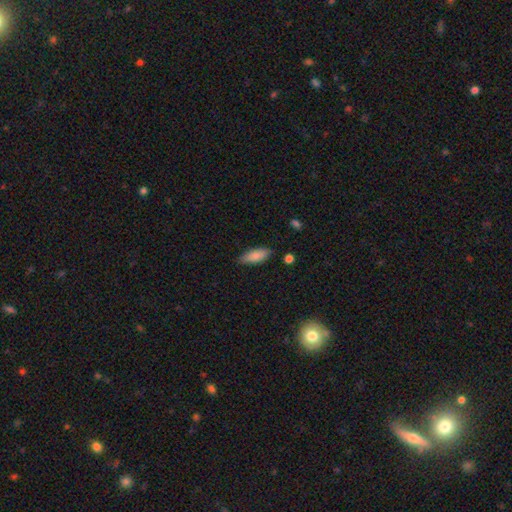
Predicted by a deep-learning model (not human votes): Smooth or featured: smooth — 85% (featured or disk — 9%)
How rounded: in between — 75% (cigar-shaped — 23%)
Merging: none — 81% (minor disturbance — 15%)